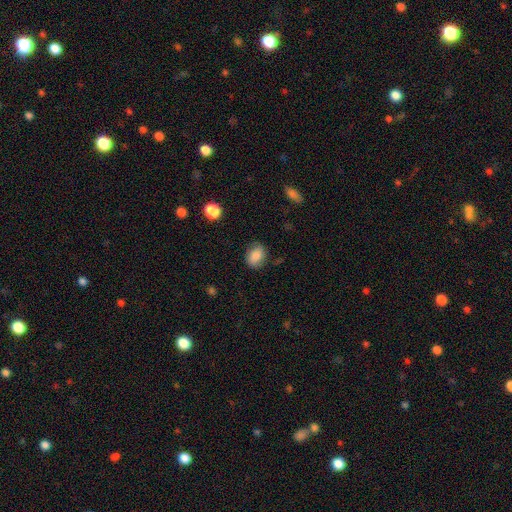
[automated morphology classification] Q: Smooth or featured?
A: smooth (81%); runner-up: featured or disk (11%)
Q: How rounded?
A: in between (65%); runner-up: round (34%)
Q: Merging?
A: none (77%); runner-up: minor disturbance (17%)